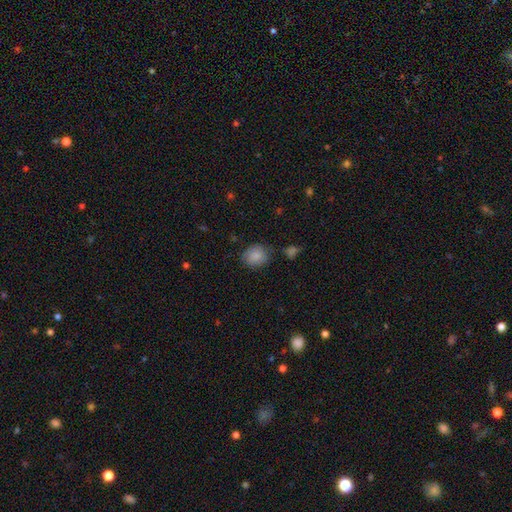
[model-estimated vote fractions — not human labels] Smooth or featured?
  - smooth: 82% *
  - featured or disk: 9%
  - star or artifact: 8%
How rounded?
  - round: 65% *
  - in between: 34%
  - cigar-shaped: 1%
Merging?
  - none: 69% *
  - minor disturbance: 22%
  - major disturbance: 6%
  - merger: 3%